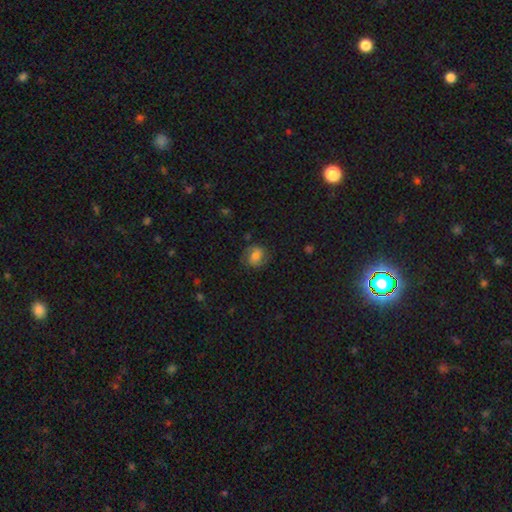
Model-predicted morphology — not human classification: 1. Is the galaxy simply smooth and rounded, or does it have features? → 55% smooth, 35% featured or disk, 10% star or artifact.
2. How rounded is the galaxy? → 61% round, 38% in between, 1% cigar-shaped.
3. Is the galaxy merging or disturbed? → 71% none, 19% minor disturbance, 9% major disturbance, 1% merger.